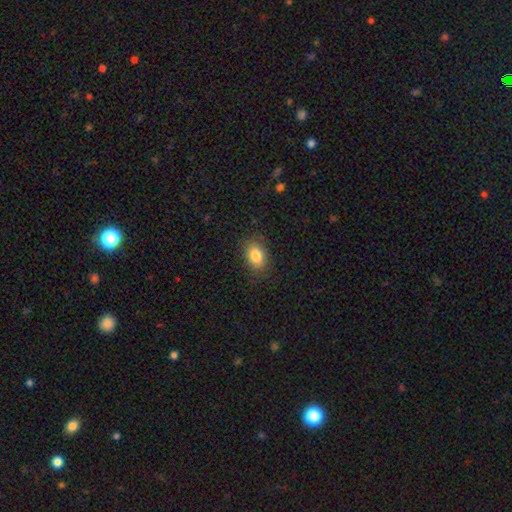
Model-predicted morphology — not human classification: type=smooth (84%); roundness=in between (80%); merging=none (85%).